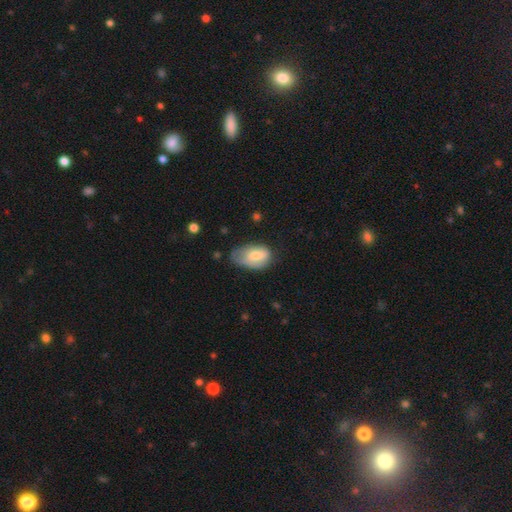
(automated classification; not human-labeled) smooth_or_featured: smooth (p=0.71) [alt: featured or disk p=0.22]
how_rounded: in between (p=0.89) [alt: round p=0.09]
merging: minor disturbance (p=0.45) [alt: none p=0.33]